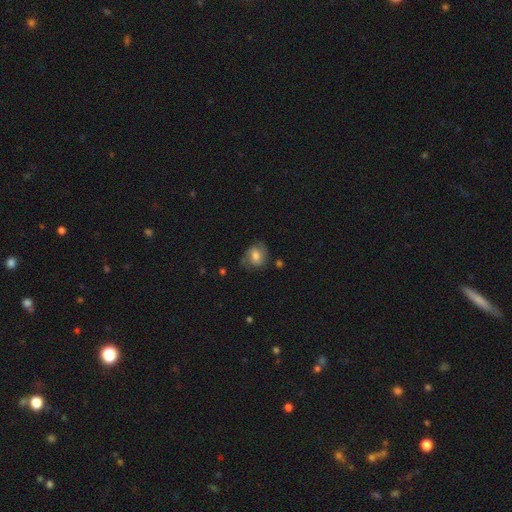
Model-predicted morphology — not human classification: This is possibly a smooth galaxy (52%). How rounded: possibly round (52%). Merging: likely none (63%).